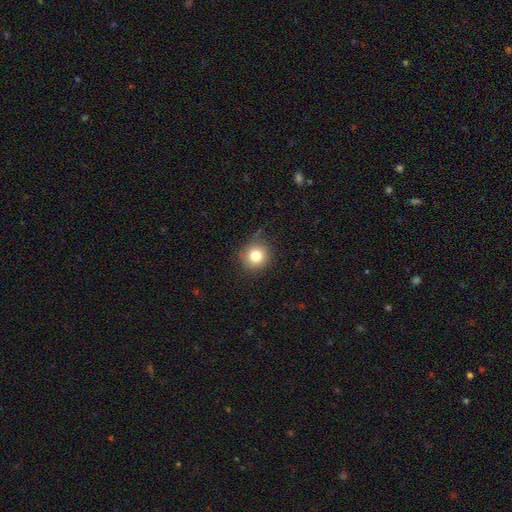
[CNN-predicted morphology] This appears to be a smooth galaxy with no disk features (80%) that is round (92%). Merging: none (78%).